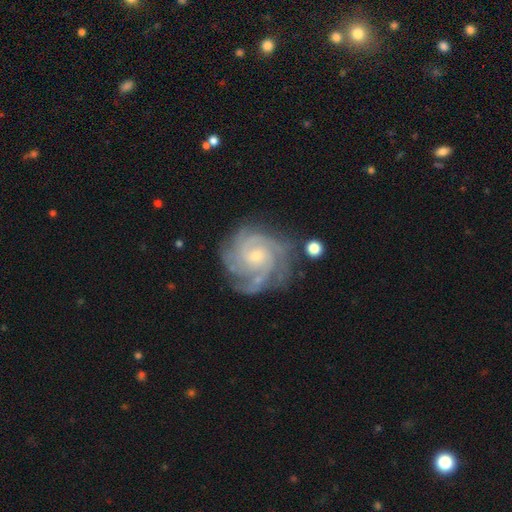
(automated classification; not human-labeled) Q: Smooth or featured?
A: featured or disk (88%); runner-up: smooth (6%)
Q: Edge-on disk?
A: no (98%); runner-up: yes (2%)
Q: Bar?
A: no (72%); runner-up: weak (24%)
Q: Spiral arms?
A: yes (98%); runner-up: no (2%)
Q: Spiral winding?
A: tight (69%); runner-up: medium (27%)
Q: Spiral arm count?
A: 4 (31%); runner-up: 3 (27%)
Q: Bulge size?
A: small (66%); runner-up: moderate (29%)
Q: Merging?
A: none (71%); runner-up: minor disturbance (18%)